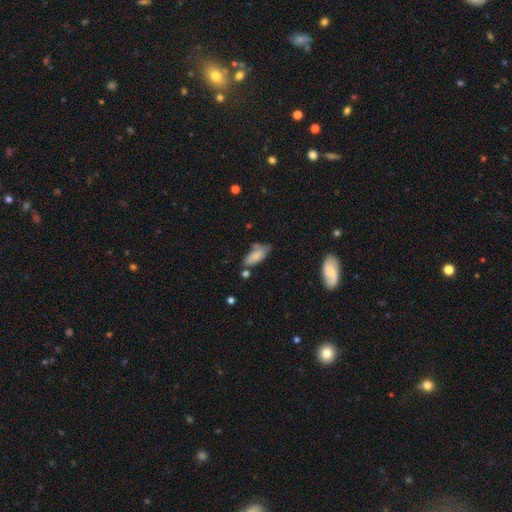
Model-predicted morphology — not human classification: Smooth or featured? Predicted: smooth (p=0.78). How rounded? Predicted: in between (p=0.81). Merging? Predicted: none (p=0.54).